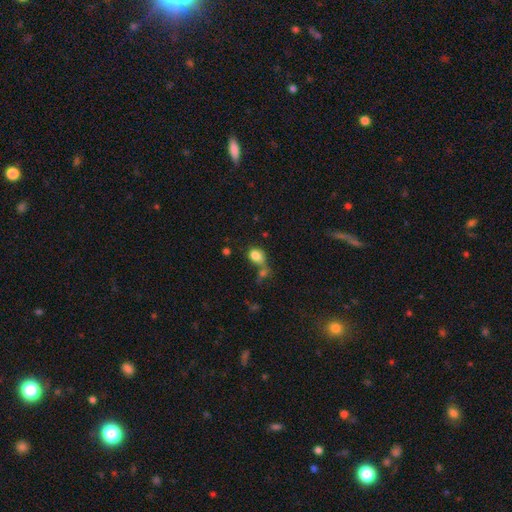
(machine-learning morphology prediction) The model was most divided on "merging": none: 41%, merger: 34%, minor disturbance: 15%, major disturbance: 10%. More confident: smooth or featured — smooth (83%); how rounded — in between (56%).